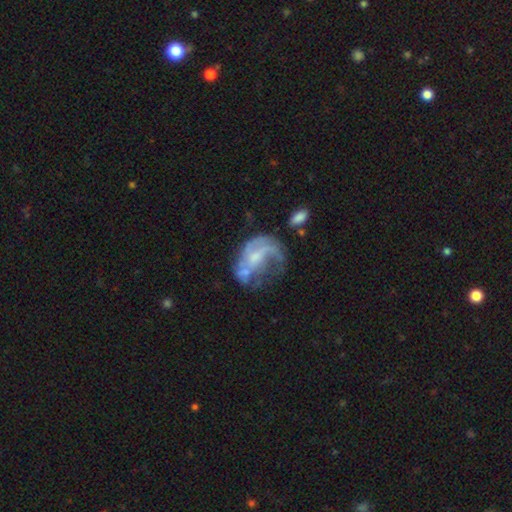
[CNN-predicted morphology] featured or disk 68%, smooth 23%, star or artifact 9%. Down the decision tree: edge-on disk — no (97%); bar — no (57%); spiral arms — yes (61%); bulge size — small (35%); merging — major disturbance (41%).